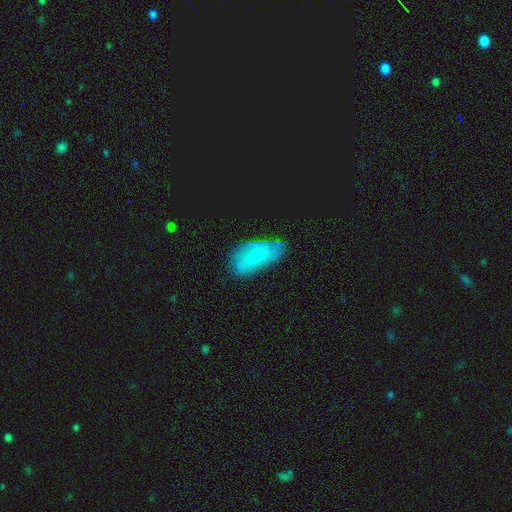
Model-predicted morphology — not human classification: This appears to be a smooth galaxy with no disk features (49%). Merging: none (56%).